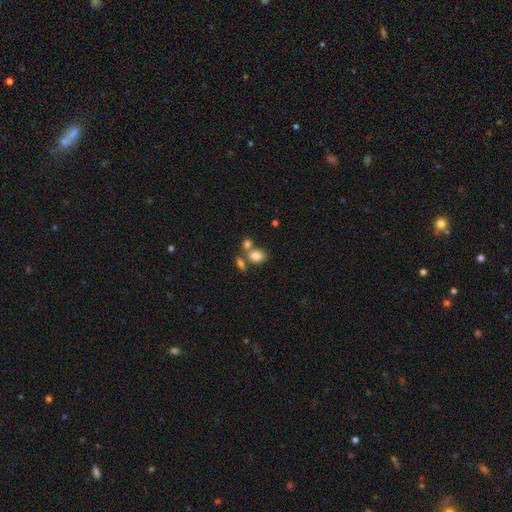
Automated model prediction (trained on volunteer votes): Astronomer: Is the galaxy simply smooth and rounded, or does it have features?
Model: smooth — 80%.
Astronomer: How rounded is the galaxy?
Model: in between — 51% (runner-up: round, 47%).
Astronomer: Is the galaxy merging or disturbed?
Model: none — 47% (runner-up: merger, 36%).